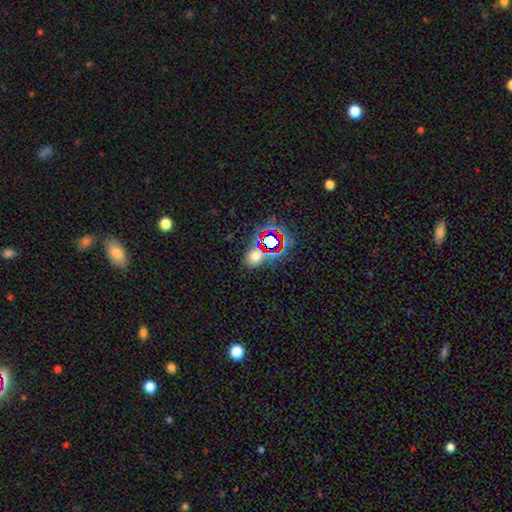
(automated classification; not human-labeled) Smooth or featured?
  - smooth: 57% *
  - star or artifact: 33%
  - featured or disk: 10%
How rounded?
  - in between: 54% *
  - round: 44%
  - cigar-shaped: 2%
Merging?
  - none: 66% *
  - merger: 14%
  - minor disturbance: 14%
  - major disturbance: 7%